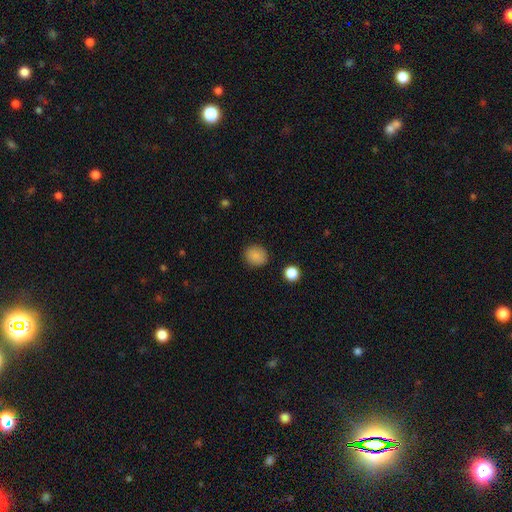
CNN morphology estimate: A smooth galaxy with no disk features (87%) that is round (81%). Merging: none (88%).